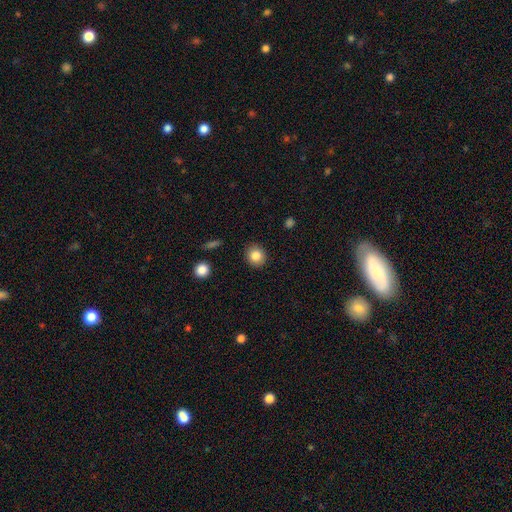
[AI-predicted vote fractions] Smooth or featured? smooth (84%)
How rounded? round (84%)
Merging? none (91%)